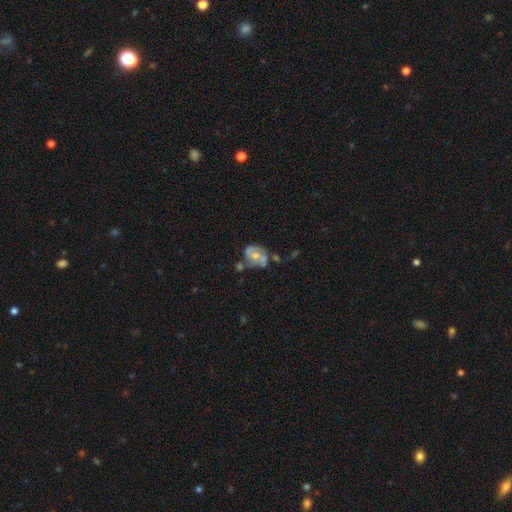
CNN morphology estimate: Smooth or featured? featured or disk (59%)
Edge-on disk? no (97%)
Bar? no (66%)
Spiral arms? yes (60%)
Bulge size? moderate (61%)
Merging? none (39%)